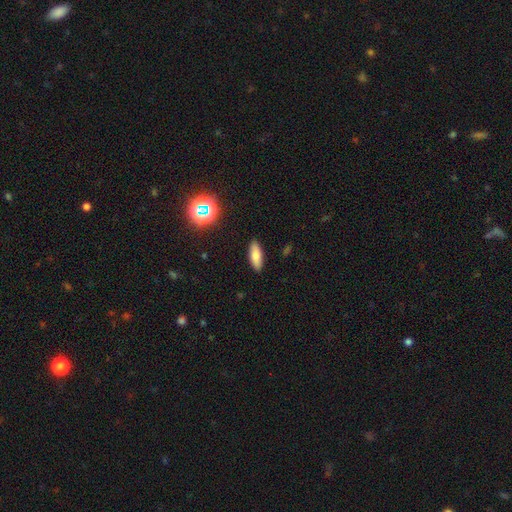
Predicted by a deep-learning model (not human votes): Q: Smooth or featured?
A: smooth (77%); runner-up: featured or disk (13%)
Q: How rounded?
A: in between (66%); runner-up: cigar-shaped (31%)
Q: Merging?
A: none (89%); runner-up: minor disturbance (8%)